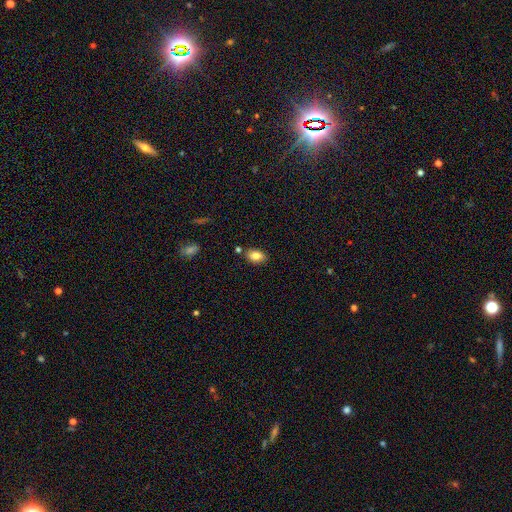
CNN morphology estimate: Smooth or featured?
  - smooth: 82% *
  - featured or disk: 9%
  - star or artifact: 9%
How rounded?
  - in between: 86% *
  - round: 12%
  - cigar-shaped: 2%
Merging?
  - none: 81% *
  - minor disturbance: 12%
  - merger: 5%
  - major disturbance: 2%